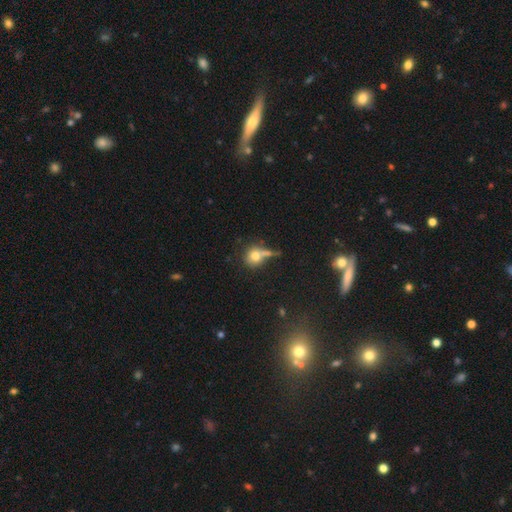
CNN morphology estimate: This is likely a smooth galaxy (74%). How rounded: likely round (79%). Merging: marginally none (42%).